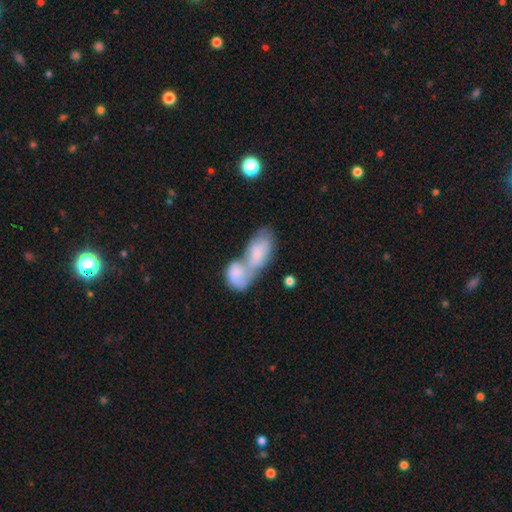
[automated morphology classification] A smooth galaxy with no disk features (62%) that is in between round and cigar-shaped (84%). Merging: merger (76%).